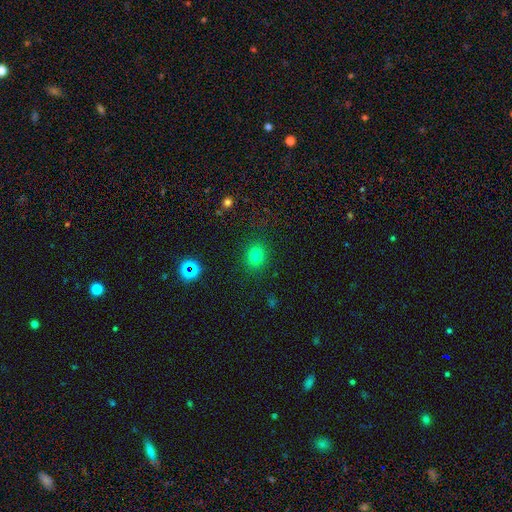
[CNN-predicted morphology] smooth 77%, star or artifact 16%, featured or disk 7%. Down the decision tree: how rounded — round (70%); merging — none (88%).